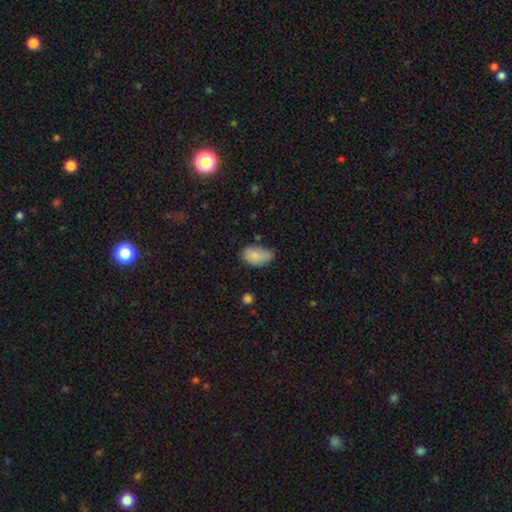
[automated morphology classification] Smooth or featured: smooth — 84% (featured or disk — 9%)
How rounded: in between — 92% (round — 7%)
Merging: none — 53% (minor disturbance — 36%)